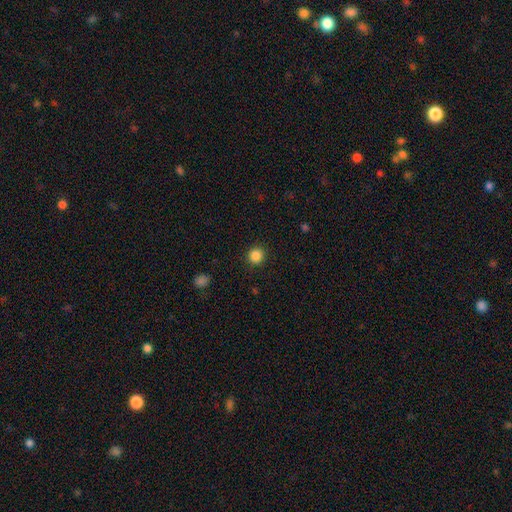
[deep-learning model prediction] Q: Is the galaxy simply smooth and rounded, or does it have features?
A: smooth — 86%.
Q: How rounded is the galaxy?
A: round — 91%.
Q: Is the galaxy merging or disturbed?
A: none — 91%.